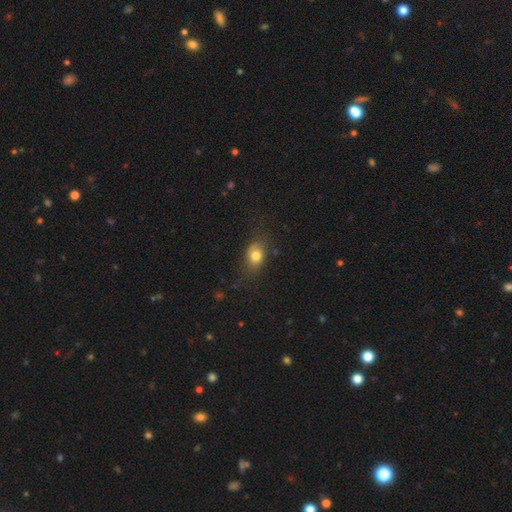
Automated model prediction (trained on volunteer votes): A smooth galaxy with no disk features (78%) that is in between round and cigar-shaped (62%). Merging: none (69%).